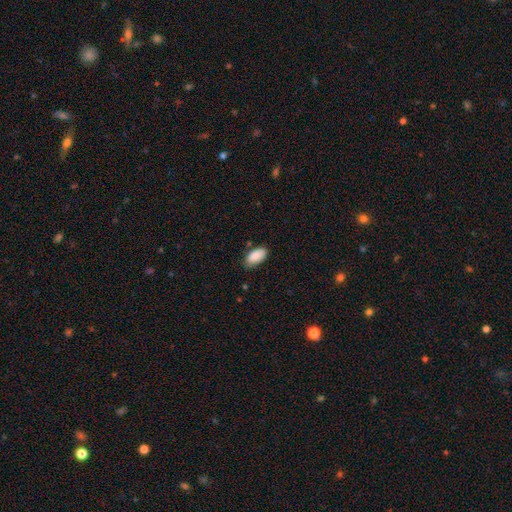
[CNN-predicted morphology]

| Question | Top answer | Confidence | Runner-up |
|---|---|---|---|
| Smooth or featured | smooth | 89% | star or artifact (6%) |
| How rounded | in between | 95% | cigar-shaped (3%) |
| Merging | none | 75% | minor disturbance (21%) |